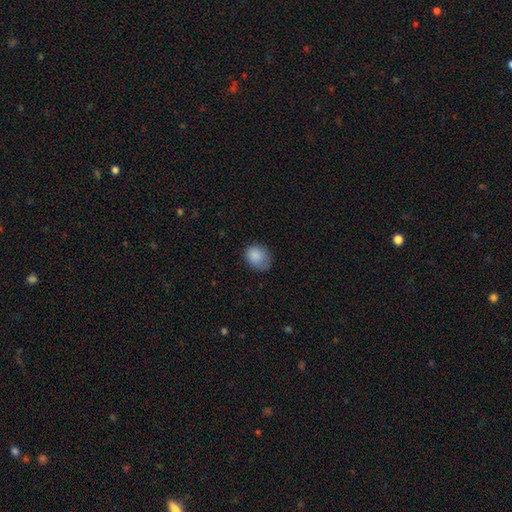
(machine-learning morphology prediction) Smooth or featured? Predicted: smooth (p=0.86). How rounded? Predicted: in between (p=0.57). Merging? Predicted: none (p=0.60).